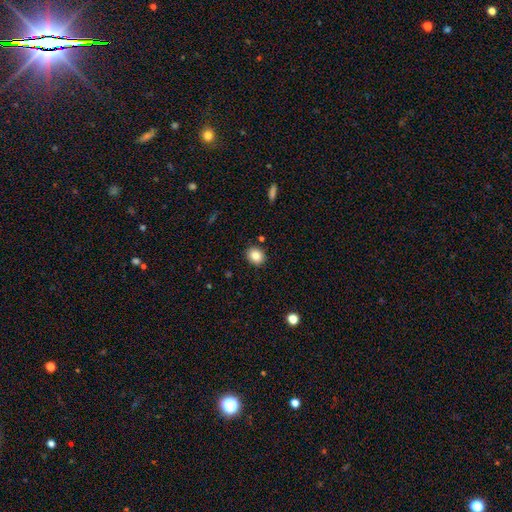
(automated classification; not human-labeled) Smooth or featured? Predicted: smooth (p=0.85). How rounded? Predicted: round (p=0.65). Merging? Predicted: none (p=0.89).